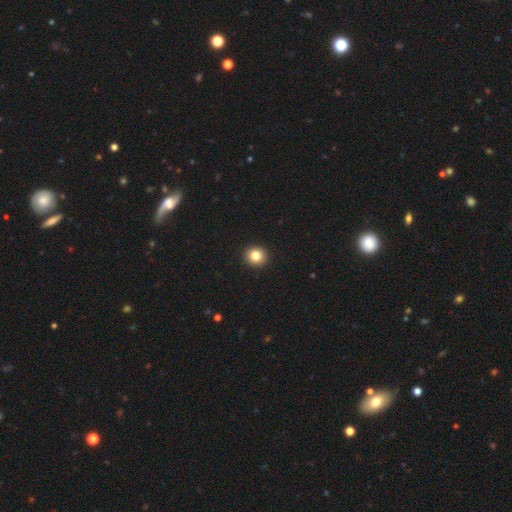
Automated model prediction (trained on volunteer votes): A smooth galaxy with no disk features (83%) that is round (91%). Merging: none (94%).